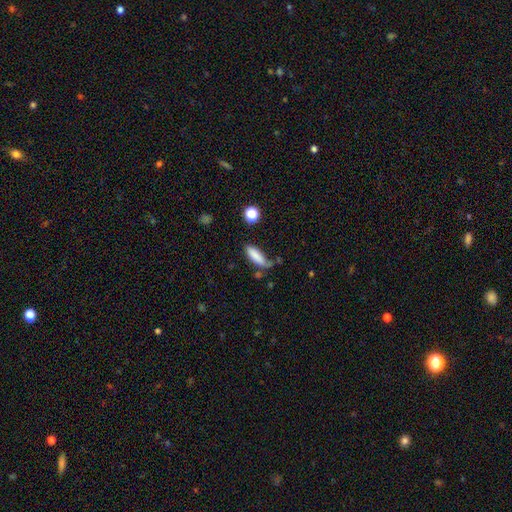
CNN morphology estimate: A smooth galaxy with no disk features (82%) that is in between round and cigar-shaped (52%).

Vote fractions:
- Smooth or featured? smooth: 82% / featured or disk: 9% / star or artifact: 9%
- How rounded? in between: 52% / cigar-shaped: 46% / round: 2%
- Merging? none: 55% / minor disturbance: 27% / major disturbance: 10% / merger: 8%